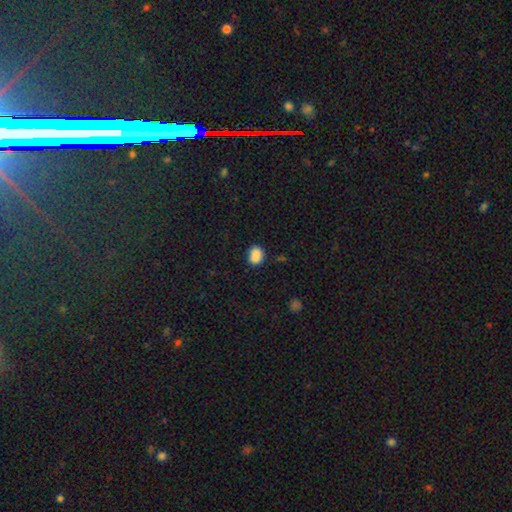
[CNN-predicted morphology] This is clearly a smooth galaxy (84%). How rounded: possibly round (53%). Merging: likely none (65%).